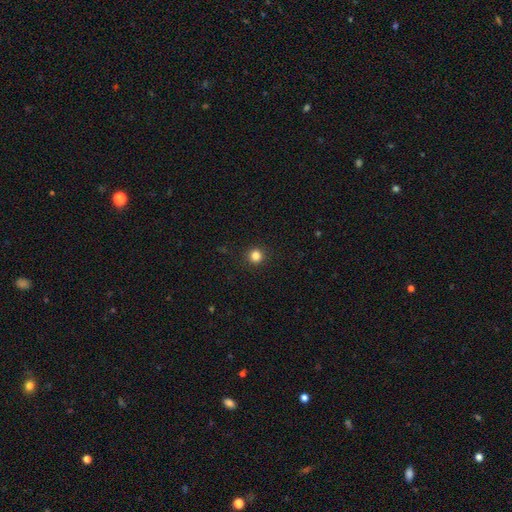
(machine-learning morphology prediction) smooth 83%, star or artifact 13%, featured or disk 4%. Down the decision tree: how rounded — round (95%); merging — none (93%).